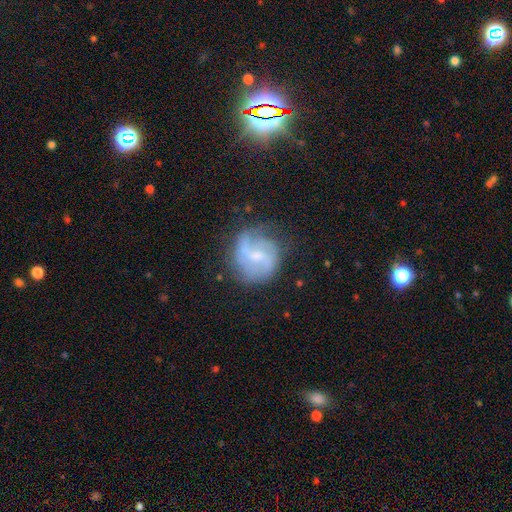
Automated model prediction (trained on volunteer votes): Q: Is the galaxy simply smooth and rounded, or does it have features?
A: featured or disk — 72%.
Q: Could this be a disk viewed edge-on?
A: no — 97%.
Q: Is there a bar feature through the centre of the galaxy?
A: weak — 55%.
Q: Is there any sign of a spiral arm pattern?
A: yes — 90%.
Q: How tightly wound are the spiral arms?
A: loose — 42%.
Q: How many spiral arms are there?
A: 2 — 63%.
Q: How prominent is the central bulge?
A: small — 56%.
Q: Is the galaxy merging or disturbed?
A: none — 67%.